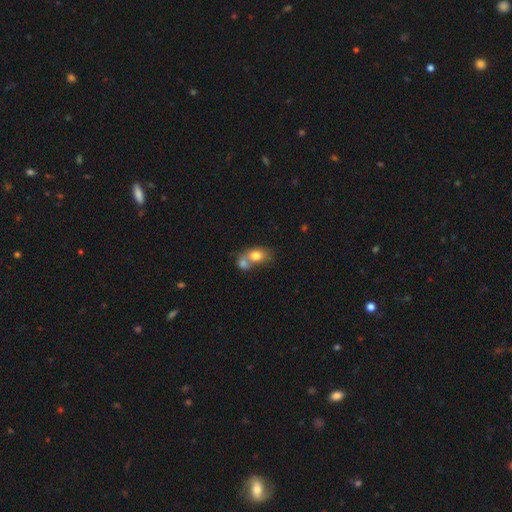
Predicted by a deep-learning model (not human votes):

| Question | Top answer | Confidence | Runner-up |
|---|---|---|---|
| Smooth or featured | smooth | 75% | featured or disk (17%) |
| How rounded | in between | 64% | round (34%) |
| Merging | merger | 68% | none (21%) |